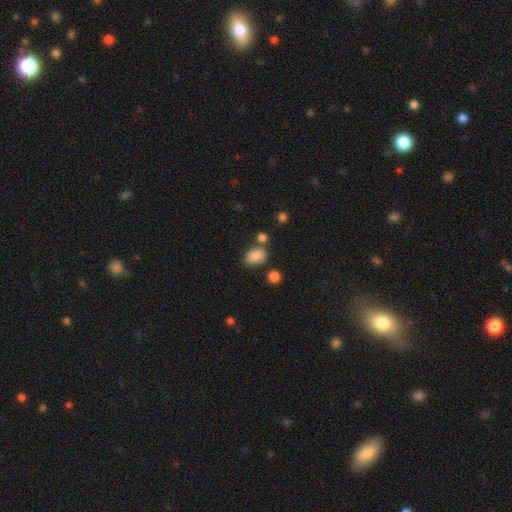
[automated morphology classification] smooth 85%, star or artifact 9%, featured or disk 5%. Down the decision tree: how rounded — in between (85%); merging — none (68%).